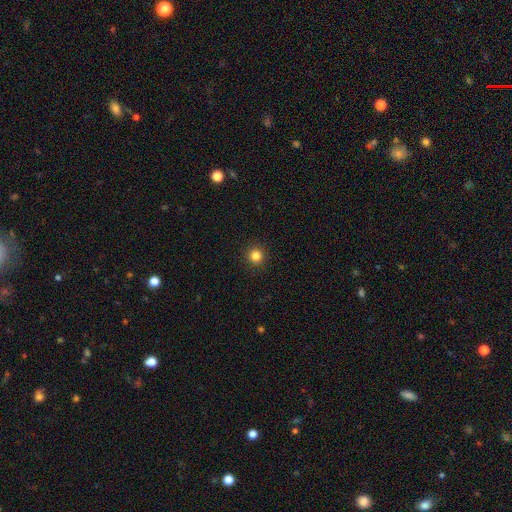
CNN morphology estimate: smooth-or-featured: smooth: 83% | star or artifact: 13% | featured or disk: 4%
  how-rounded: round: 95% | in between: 4% | cigar-shaped: 1%
  merging: none: 93% | minor disturbance: 4% | major disturbance: 2% | merger: 1%